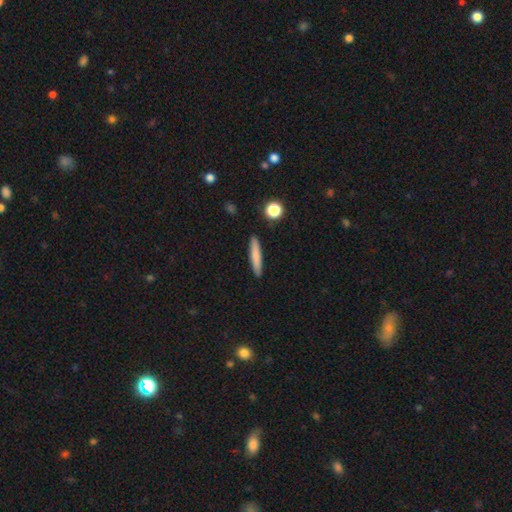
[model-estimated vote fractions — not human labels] The model was most divided on "smooth or featured": smooth: 77%, featured or disk: 16%, star or artifact: 7%. More confident: how rounded — cigar-shaped (92%); merging — none (91%).